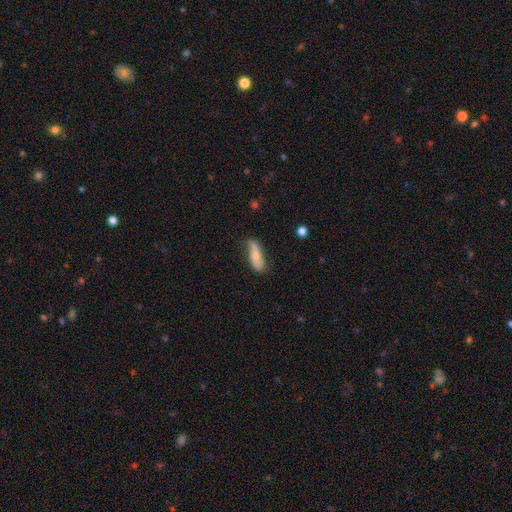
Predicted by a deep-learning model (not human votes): smooth-or-featured: smooth: 62% | featured or disk: 32% | star or artifact: 6%
  how-rounded: in between: 53% | cigar-shaped: 45% | round: 3%
  merging: none: 60% | minor disturbance: 30% | major disturbance: 8% | merger: 3%